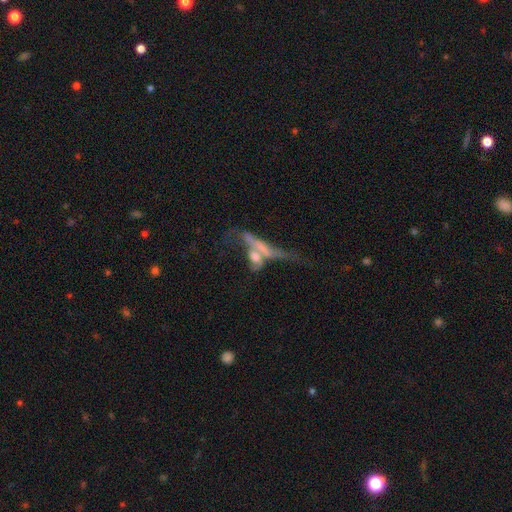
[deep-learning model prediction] Q: Smooth or featured?
A: featured or disk (50%); runner-up: smooth (39%)
Q: Edge-on disk?
A: no (53%); runner-up: yes (47%)
Q: Merging?
A: merger (56%); runner-up: none (18%)